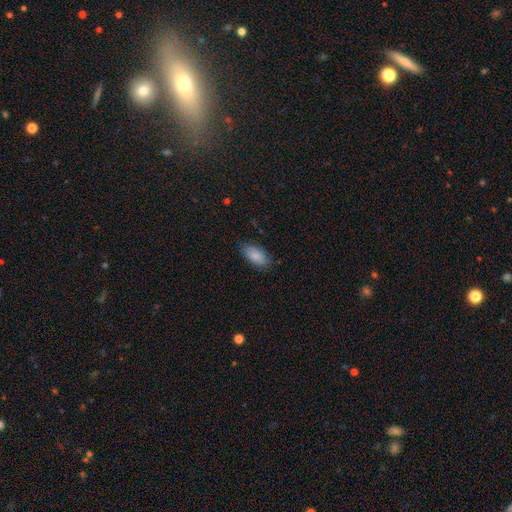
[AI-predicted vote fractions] Q: Smooth or featured?
A: smooth (85%); runner-up: featured or disk (9%)
Q: How rounded?
A: in between (92%); runner-up: cigar-shaped (5%)
Q: Merging?
A: none (80%); runner-up: minor disturbance (16%)